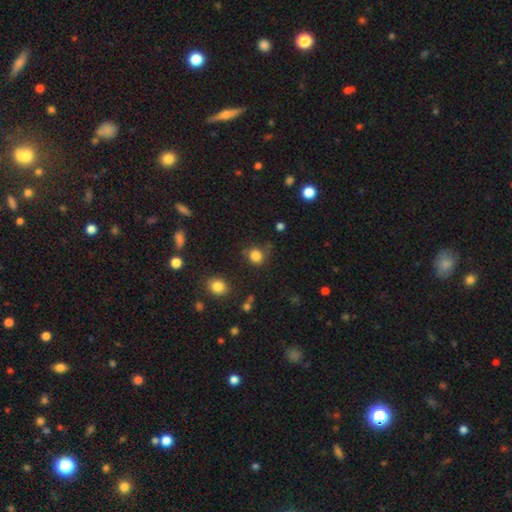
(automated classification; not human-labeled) This is clearly a smooth galaxy (82%). How rounded: clearly round (80%). Merging: likely none (72%).